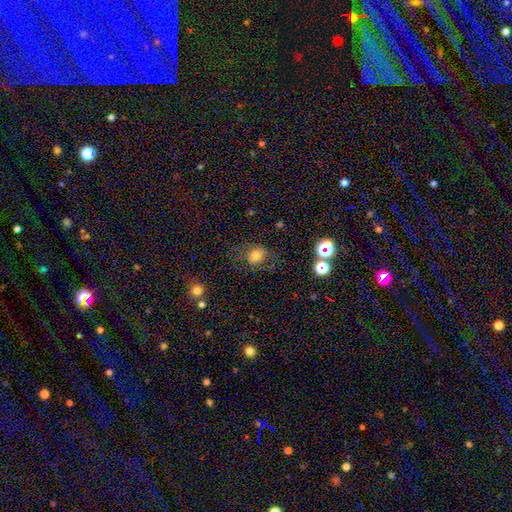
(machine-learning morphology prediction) Smooth or featured: smooth — 68% (featured or disk — 18%)
How rounded: round — 62% (in between — 37%)
Merging: none — 61% (minor disturbance — 20%)